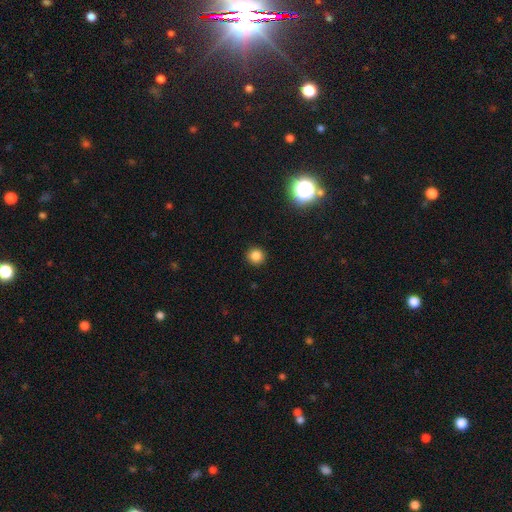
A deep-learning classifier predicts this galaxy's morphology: Q: Smooth or featured?
A: smooth (83%); runner-up: star or artifact (13%)
Q: How rounded?
A: round (95%); runner-up: in between (4%)
Q: Merging?
A: none (92%); runner-up: minor disturbance (5%)